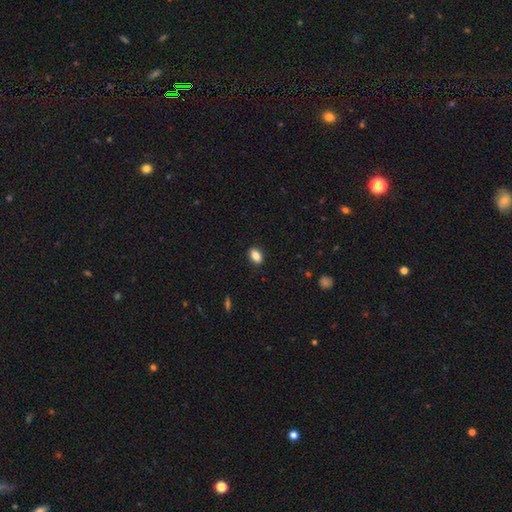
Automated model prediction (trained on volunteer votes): Smooth or featured?
  - smooth: 85% *
  - star or artifact: 8%
  - featured or disk: 6%
How rounded?
  - in between: 86% *
  - round: 12%
  - cigar-shaped: 2%
Merging?
  - none: 89% *
  - minor disturbance: 9%
  - major disturbance: 2%
  - merger: 1%